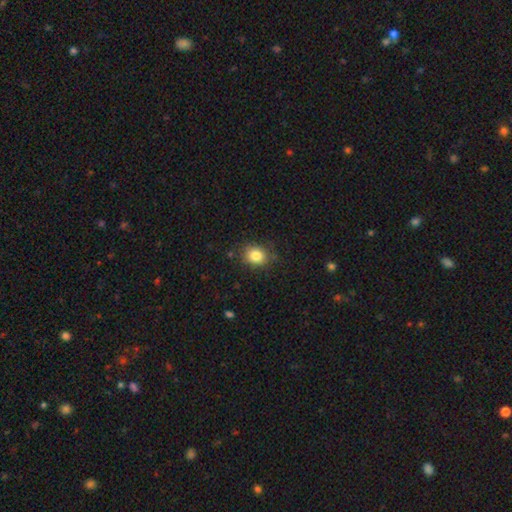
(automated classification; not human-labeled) This appears to be a smooth galaxy with no disk features (83%) that is round (62%). Merging: none (80%).